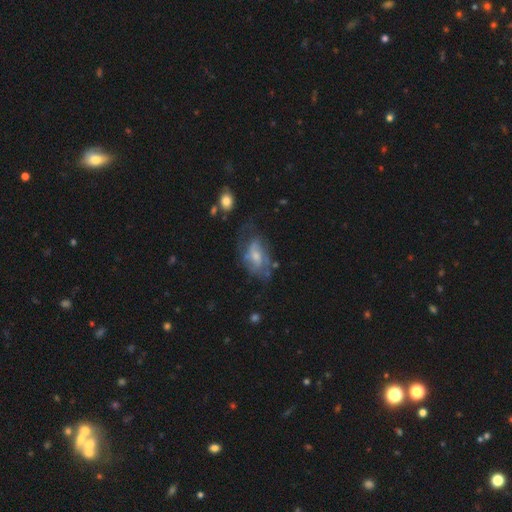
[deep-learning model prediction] Overall: featured or disk (61%; smooth 31%). Edge-on disk: no (95%). Bar: no (58%; weak 35%). Spiral arms: yes (67%; no 33%). Bulge size: small (45%; moderate 40%). Merging: none (43%; minor disturbance 28%).